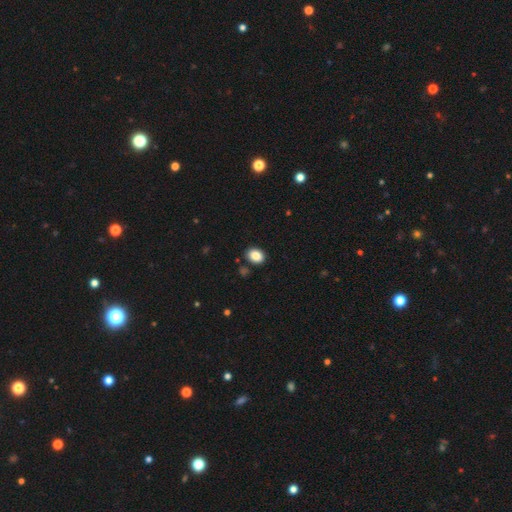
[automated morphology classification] This is clearly a smooth galaxy (86%). How rounded: likely in between (65%). Merging: clearly none (87%).